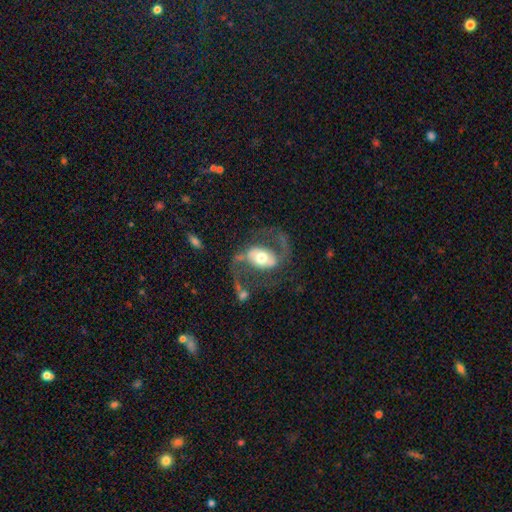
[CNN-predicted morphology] The model was most divided on "bar": no: 39%, weak: 33%, strong: 27%. More confident: edge-on disk — no (96%); spiral arm count — 2 (92%); spiral arms — yes (90%); smooth or featured — featured or disk (83%); bulge size — moderate (63%); merging — none (59%); spiral winding — loose (54%).